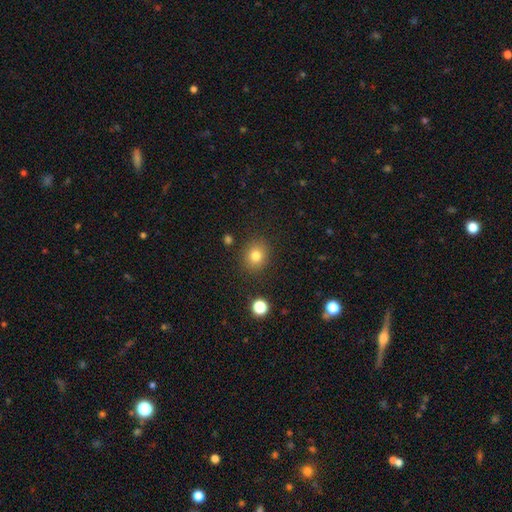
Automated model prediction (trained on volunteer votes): A smooth galaxy with no disk features (80%) that is round (75%).

Vote fractions:
- Smooth or featured? smooth: 80% / star or artifact: 12% / featured or disk: 8%
- How rounded? round: 75% / in between: 24% / cigar-shaped: 1%
- Merging? none: 87% / minor disturbance: 8% / major disturbance: 3% / merger: 2%